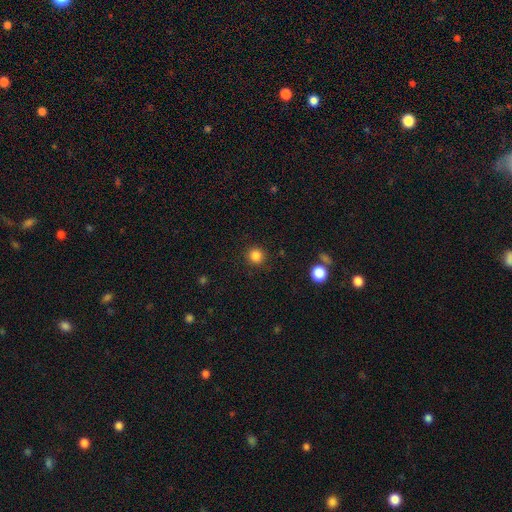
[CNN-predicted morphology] This is clearly a smooth galaxy (84%). How rounded: clearly round (93%). Merging: clearly none (90%).